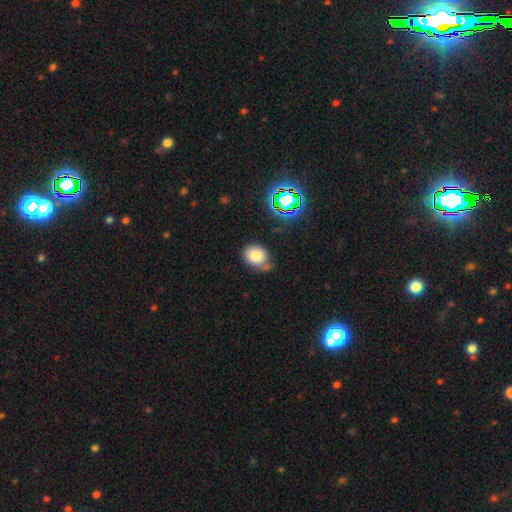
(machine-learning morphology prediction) Smooth or featured? Predicted: smooth (p=0.78). How rounded? Predicted: in between (p=0.53). Merging? Predicted: none (p=0.56).